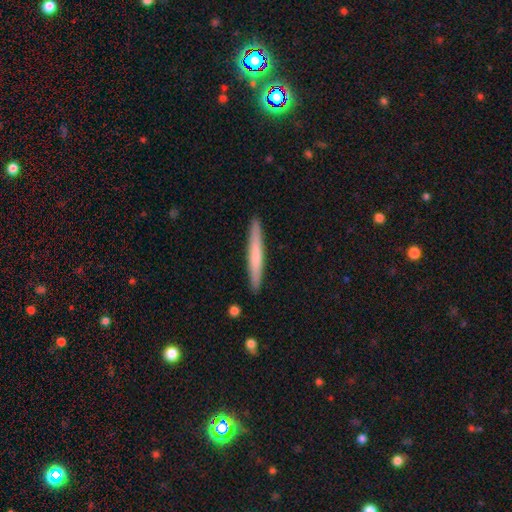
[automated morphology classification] Smooth or featured? Predicted: smooth (p=0.63). How rounded? Predicted: cigar-shaped (p=0.96). Merging? Predicted: none (p=0.91).